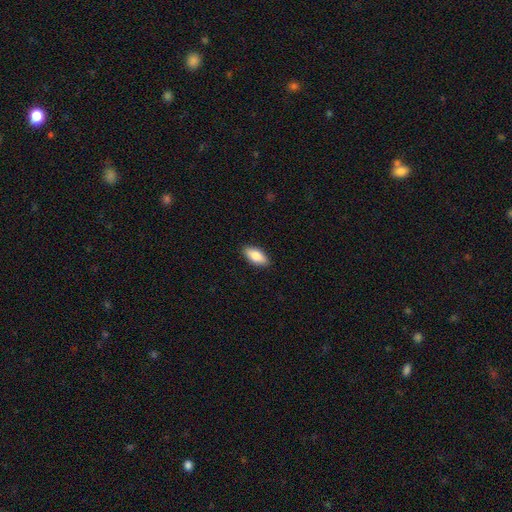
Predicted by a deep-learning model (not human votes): smooth_or_featured: smooth (p=0.84) [alt: featured or disk p=0.10]
how_rounded: in between (p=0.86) [alt: cigar-shaped p=0.12]
merging: none (p=0.89) [alt: minor disturbance p=0.08]